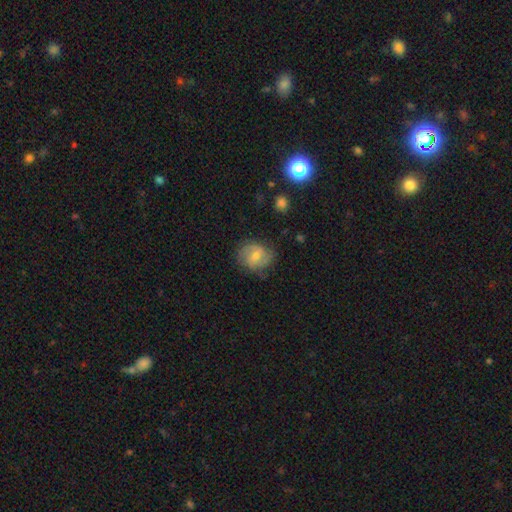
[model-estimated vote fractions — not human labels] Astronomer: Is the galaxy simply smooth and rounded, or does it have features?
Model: featured or disk — 58% (runner-up: smooth, 36%).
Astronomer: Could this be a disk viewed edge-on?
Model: no — 97%.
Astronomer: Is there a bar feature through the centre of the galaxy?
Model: weak — 57%.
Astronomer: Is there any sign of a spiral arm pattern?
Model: yes — 85%.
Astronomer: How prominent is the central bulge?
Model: moderate — 51% (runner-up: small, 40%).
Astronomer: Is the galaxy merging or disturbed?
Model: none — 71%.